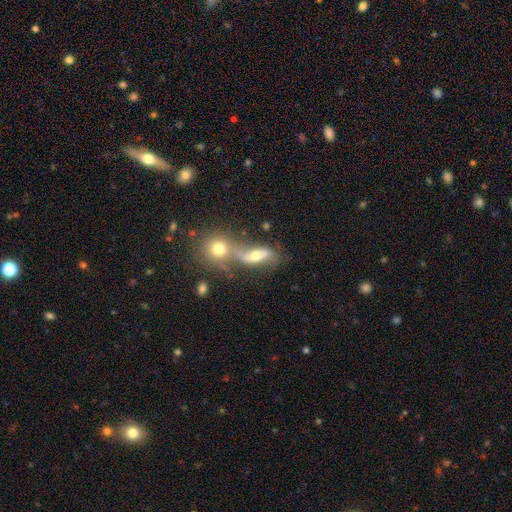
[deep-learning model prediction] A smooth galaxy with no disk features (47%). Merging: merger (51%).